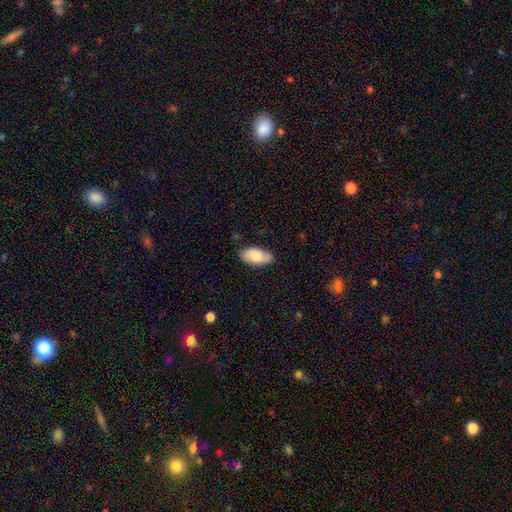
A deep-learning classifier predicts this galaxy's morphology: smooth-or-featured: smooth: 75% | featured or disk: 19% | star or artifact: 6%
  how-rounded: in between: 94% | cigar-shaped: 4% | round: 2%
  merging: none: 80% | minor disturbance: 16% | major disturbance: 3% | merger: 1%